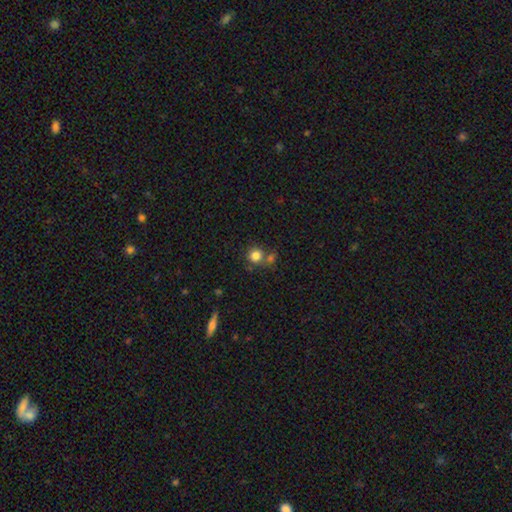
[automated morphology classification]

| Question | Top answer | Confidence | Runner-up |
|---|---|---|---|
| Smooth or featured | smooth | 81% | star or artifact (12%) |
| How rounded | round | 91% | in between (8%) |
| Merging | none | 61% | merger (26%) |